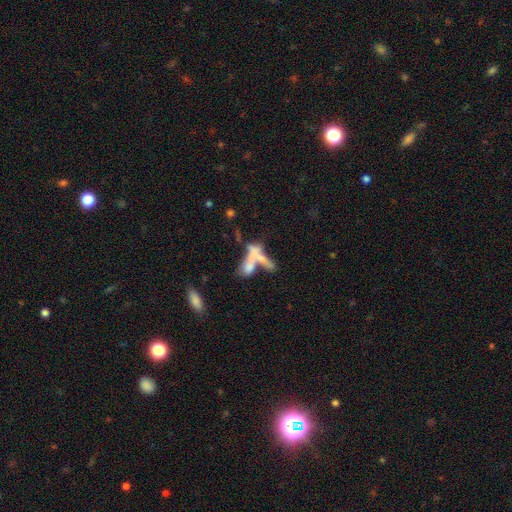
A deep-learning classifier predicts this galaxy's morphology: Smooth or featured? smooth (54%)
How rounded? cigar-shaped (54%)
Merging? merger (60%)